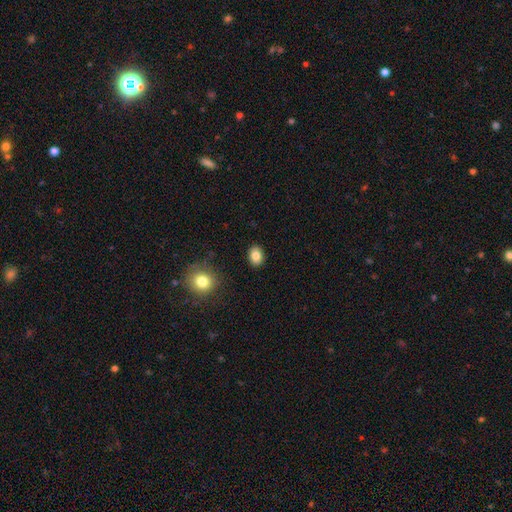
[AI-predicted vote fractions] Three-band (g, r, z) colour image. It shows a smooth galaxy with no disk features (84%) that is in between round and cigar-shaped (55%). Merging: none (89%).